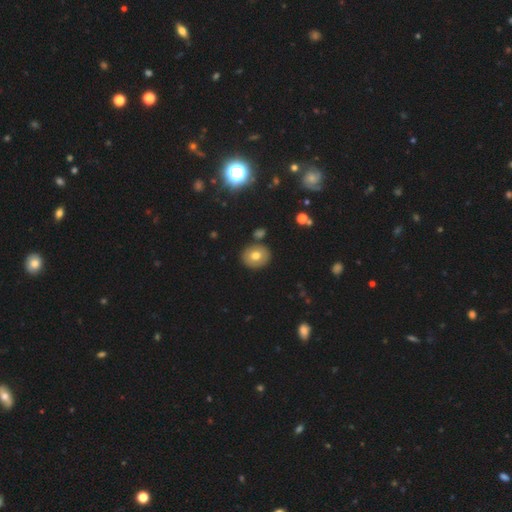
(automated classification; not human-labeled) Smooth or featured: smooth — 72% (featured or disk — 17%)
How rounded: round — 70% (in between — 29%)
Merging: none — 85% (minor disturbance — 8%)